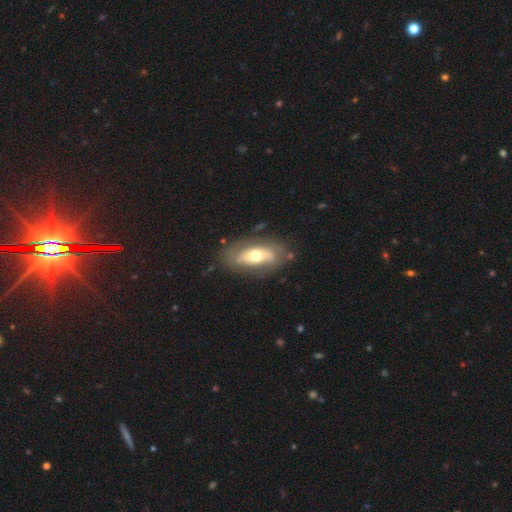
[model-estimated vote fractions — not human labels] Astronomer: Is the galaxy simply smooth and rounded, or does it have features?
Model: featured or disk — 49% (runner-up: smooth, 45%).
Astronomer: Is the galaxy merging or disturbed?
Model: none — 71%.